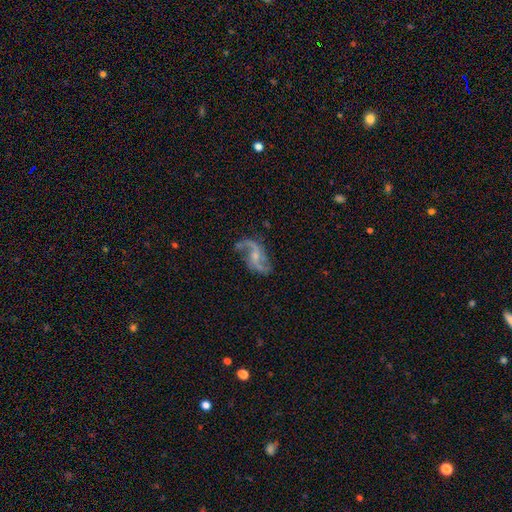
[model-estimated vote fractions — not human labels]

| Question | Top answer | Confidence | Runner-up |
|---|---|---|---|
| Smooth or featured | featured or disk | 88% | smooth (6%) |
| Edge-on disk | no | 97% | yes (3%) |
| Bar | no | 49% | weak (40%) |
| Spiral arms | yes | 96% | no (4%) |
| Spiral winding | loose | 74% | medium (22%) |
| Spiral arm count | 2 | 90% | 1 (2%) |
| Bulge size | small | 54% | moderate (34%) |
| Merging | none | 68% | minor disturbance (18%) |